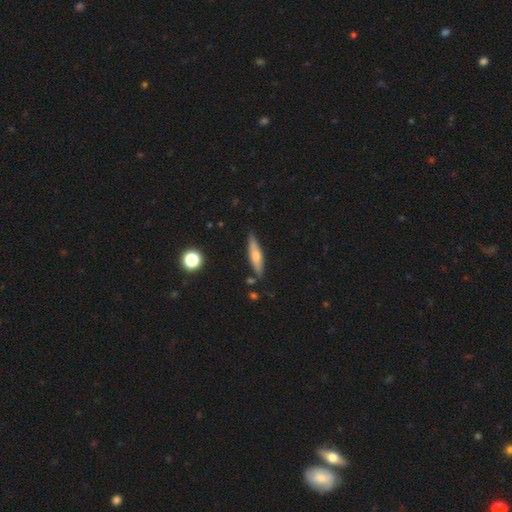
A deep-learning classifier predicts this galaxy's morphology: A smooth galaxy with no disk features (51%) that is cigar-shaped (76%). Merging: none (83%).